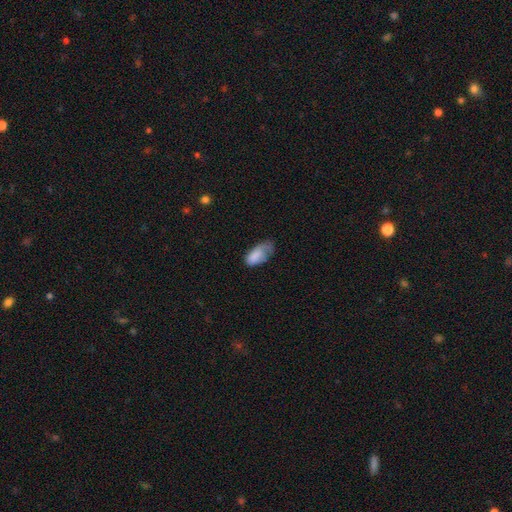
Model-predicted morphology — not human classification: Smooth or featured? smooth (80%)
How rounded? in between (93%)
Merging? minor disturbance (40%)